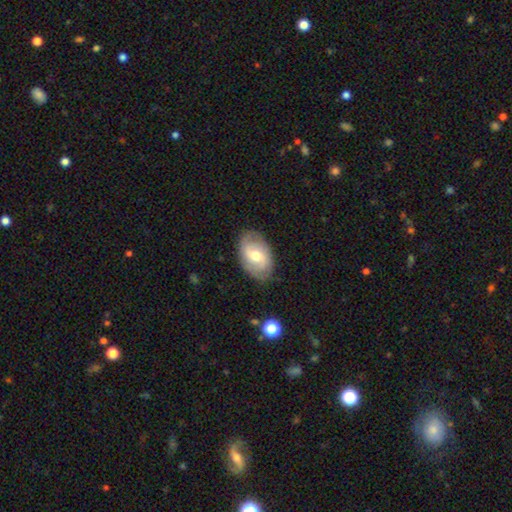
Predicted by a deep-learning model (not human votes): Morphology: type=featured or disk (52%); edge-on=no (94%); merging=none (79%).